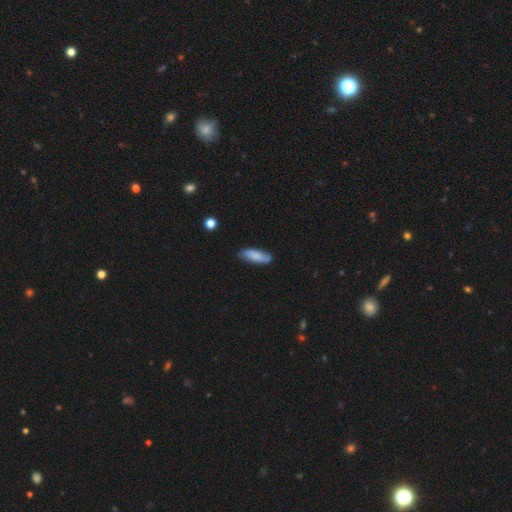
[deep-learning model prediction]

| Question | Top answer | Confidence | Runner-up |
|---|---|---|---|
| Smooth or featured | smooth | 66% | featured or disk (27%) |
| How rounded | in between | 65% | cigar-shaped (33%) |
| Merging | none | 76% | minor disturbance (18%) |